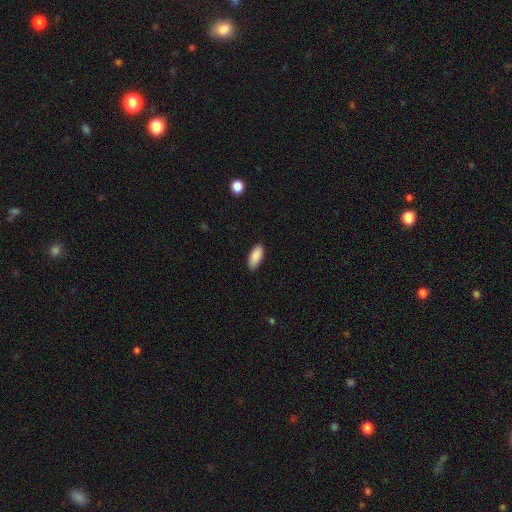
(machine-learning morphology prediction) smooth 89%, star or artifact 6%, featured or disk 4%. Down the decision tree: how rounded — in between (88%); merging — none (86%).